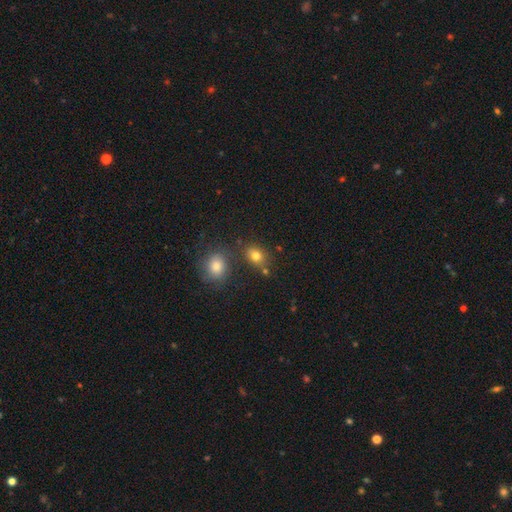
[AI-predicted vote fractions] Q: Smooth or featured?
A: smooth (78%); runner-up: star or artifact (13%)
Q: How rounded?
A: in between (60%); runner-up: round (39%)
Q: Merging?
A: none (69%); runner-up: merger (14%)